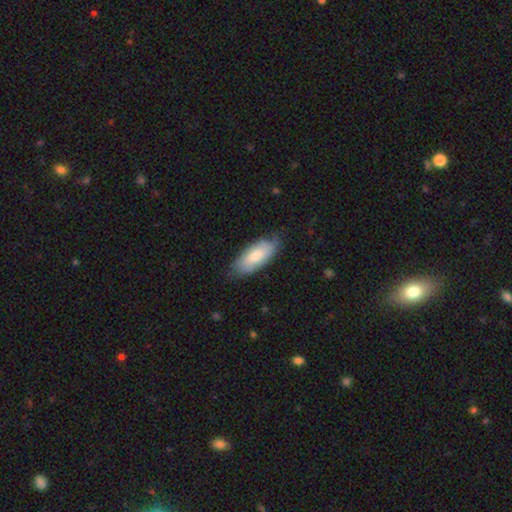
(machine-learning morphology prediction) A smooth galaxy with no disk features (69%) that is in between round and cigar-shaped (84%). Merging: none (70%).